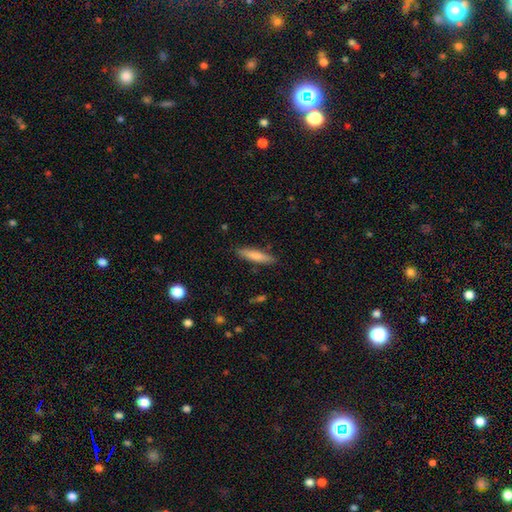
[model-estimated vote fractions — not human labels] A smooth galaxy with no disk features (75%) that is cigar-shaped (82%).

Vote fractions:
- Smooth or featured? smooth: 75% / featured or disk: 20% / star or artifact: 6%
- How rounded? cigar-shaped: 82% / in between: 17% / round: 1%
- Merging? none: 87% / minor disturbance: 9% / major disturbance: 2% / merger: 1%